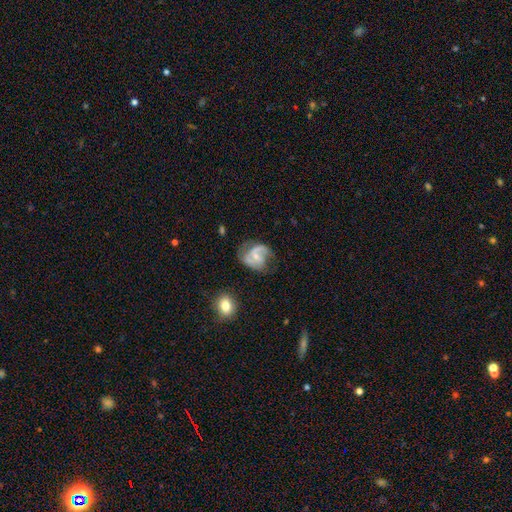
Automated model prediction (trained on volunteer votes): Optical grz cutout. It shows a featured or disk galaxy (75%) with a weak bar (44%), 2 (73%) medium (48%) spiral arms (89%) and a small central bulge (58%). Merging: none (51%).